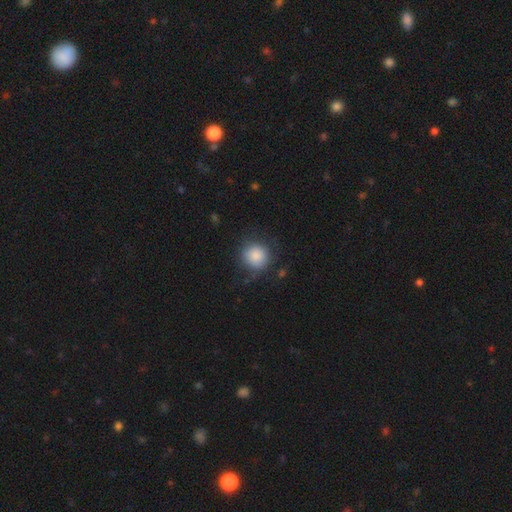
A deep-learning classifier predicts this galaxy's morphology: smooth_or_featured: smooth (p=0.86) [alt: star or artifact p=0.08]
how_rounded: round (p=0.91) [alt: in between p=0.08]
merging: none (p=0.77) [alt: minor disturbance p=0.15]